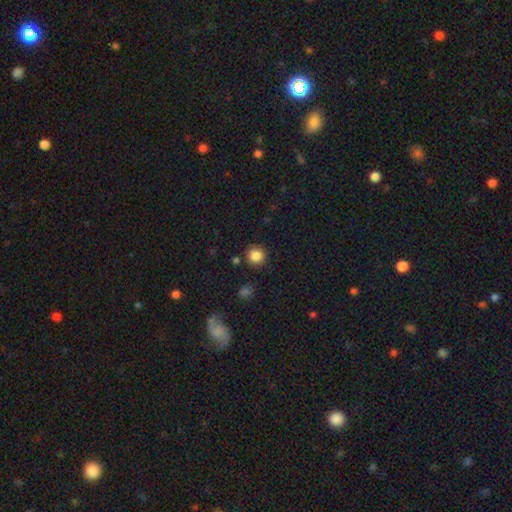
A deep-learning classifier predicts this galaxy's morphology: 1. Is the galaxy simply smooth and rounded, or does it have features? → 85% smooth, 11% star or artifact, 4% featured or disk.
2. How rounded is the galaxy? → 90% round, 9% in between, 1% cigar-shaped.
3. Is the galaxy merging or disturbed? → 86% none, 8% minor disturbance, 3% merger, 3% major disturbance.